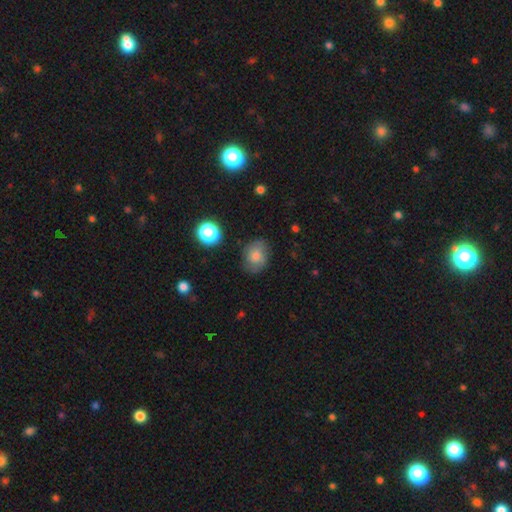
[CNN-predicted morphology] Q: Smooth or featured?
A: smooth (67%); runner-up: featured or disk (20%)
Q: How rounded?
A: in between (58%); runner-up: round (41%)
Q: Merging?
A: none (74%); runner-up: minor disturbance (19%)